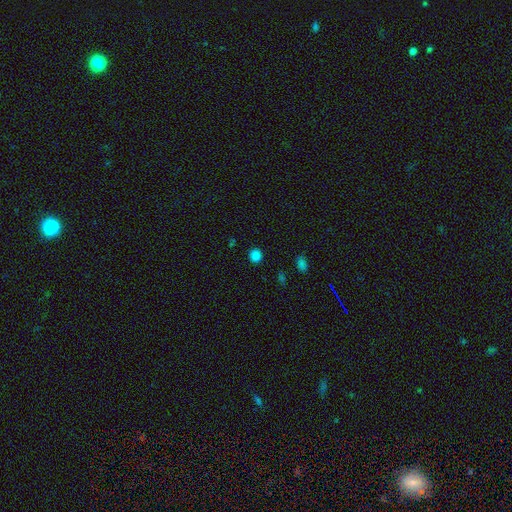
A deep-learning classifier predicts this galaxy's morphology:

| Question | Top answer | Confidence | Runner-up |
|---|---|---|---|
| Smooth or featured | smooth | 83% | star or artifact (13%) |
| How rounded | round | 86% | in between (13%) |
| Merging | none | 90% | minor disturbance (6%) |